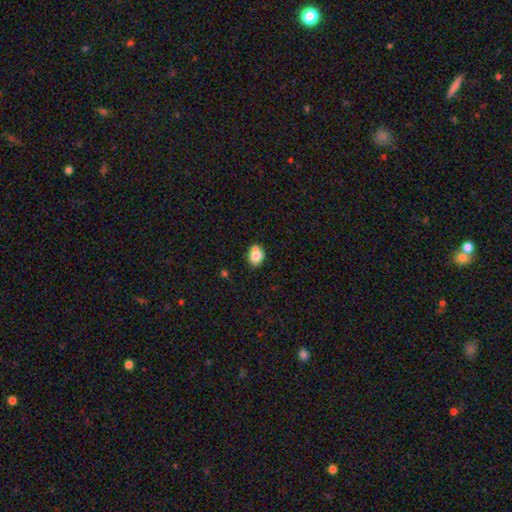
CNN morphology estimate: A smooth galaxy with no disk features (78%) that is round (51%). Merging: none (56%).